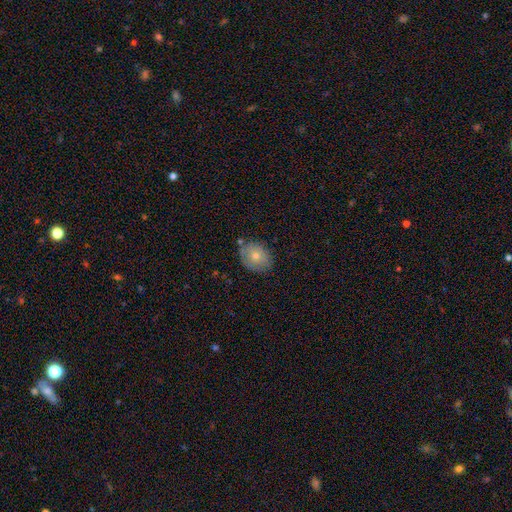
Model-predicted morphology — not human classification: A smooth galaxy with no disk features (59%) that is in between round and cigar-shaped (50%).

Vote fractions:
- Smooth or featured? smooth: 59% / featured or disk: 30% / star or artifact: 11%
- How rounded? in between: 50% / round: 49% / cigar-shaped: 1%
- Merging? none: 76% / minor disturbance: 17% / merger: 3% / major disturbance: 3%